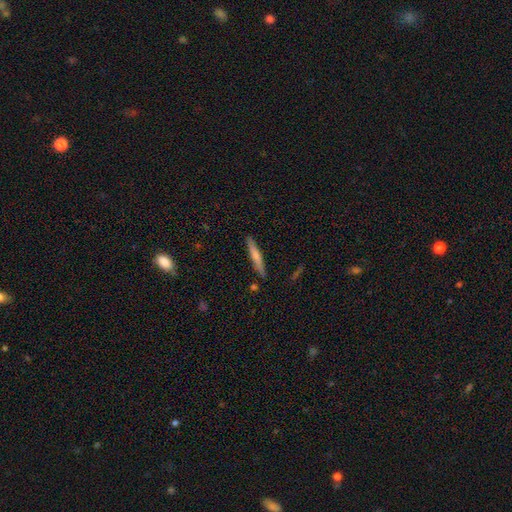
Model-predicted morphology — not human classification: The model was most divided on "smooth or featured": smooth: 58%, featured or disk: 36%, star or artifact: 6%. More confident: how rounded — cigar-shaped (93%); merging — none (88%).